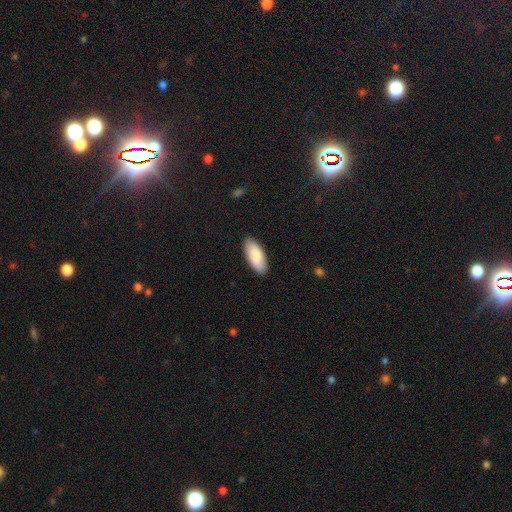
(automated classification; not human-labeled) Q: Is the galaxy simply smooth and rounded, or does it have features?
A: smooth — 86%.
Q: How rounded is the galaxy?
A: in between — 85%.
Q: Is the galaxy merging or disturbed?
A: none — 87%.